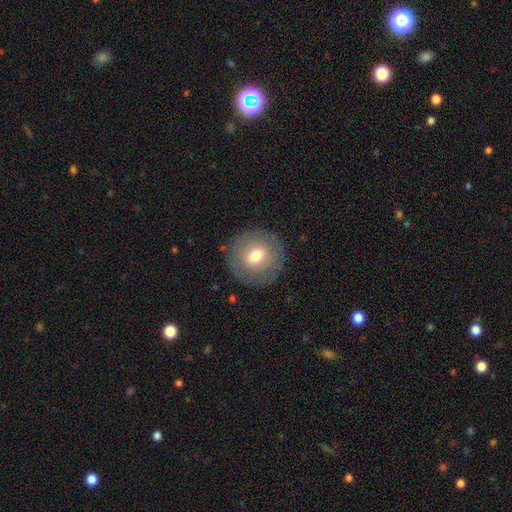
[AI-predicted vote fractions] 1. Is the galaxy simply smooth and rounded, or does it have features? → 68% smooth, 24% featured or disk, 8% star or artifact.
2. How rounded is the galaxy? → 92% round, 7% in between, 1% cigar-shaped.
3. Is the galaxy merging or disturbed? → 87% none, 8% minor disturbance, 3% major disturbance, 1% merger.